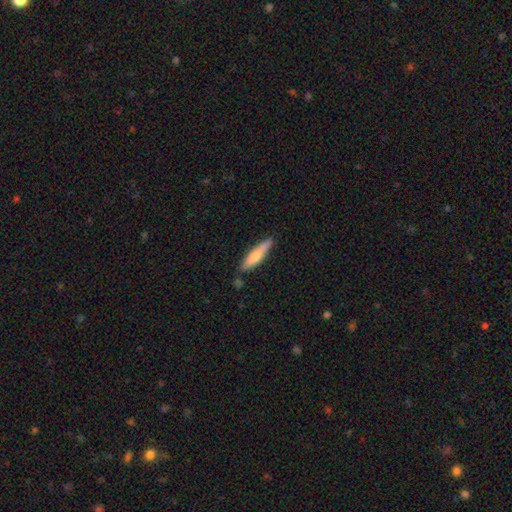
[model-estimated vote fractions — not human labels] A smooth galaxy with no disk features (69%) that is cigar-shaped (81%). Merging: none (81%).